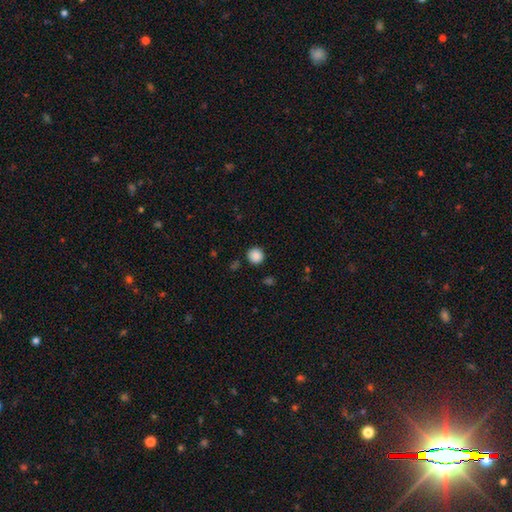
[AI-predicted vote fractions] This appears to be a smooth galaxy with no disk features (88%) that is round (94%). Merging: none (90%).